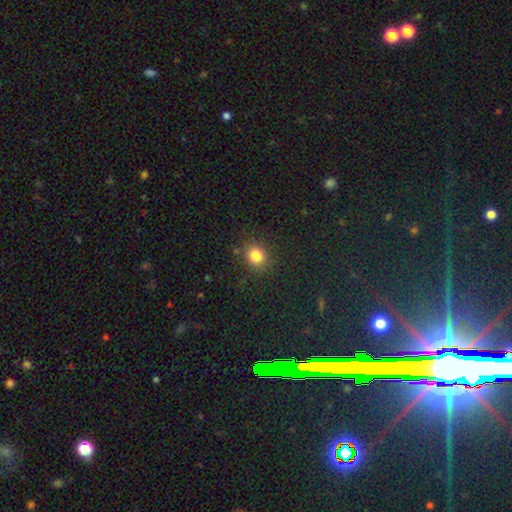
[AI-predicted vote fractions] This appears to be a smooth galaxy with no disk features (83%) that is round (68%). Merging: none (85%).